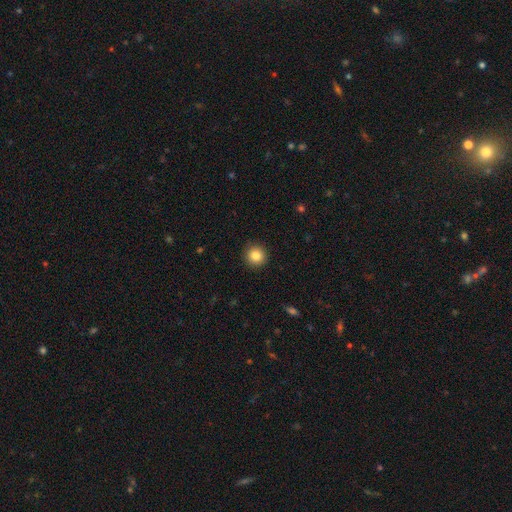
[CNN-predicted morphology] smooth_or_featured: smooth (p=0.85) [alt: star or artifact p=0.10]
how_rounded: round (p=0.95) [alt: in between p=0.04]
merging: none (p=0.92) [alt: minor disturbance p=0.05]